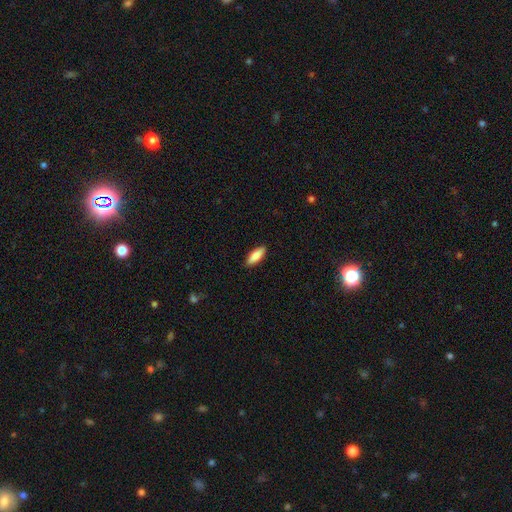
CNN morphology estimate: type=smooth (85%); roundness=in between (64%); merging=none (89%).